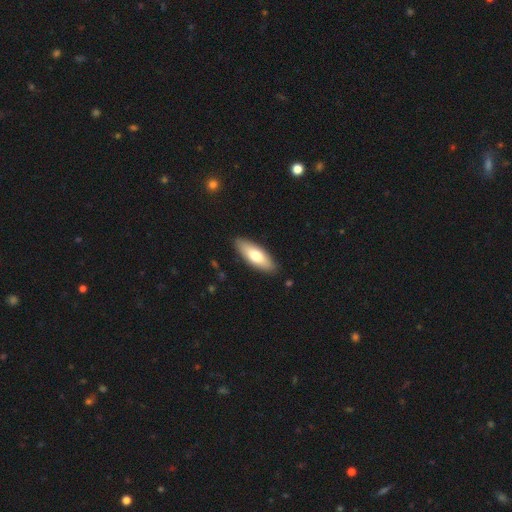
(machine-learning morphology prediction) A smooth galaxy with no disk features (71%) that is in between round and cigar-shaped (65%). Merging: none (88%).